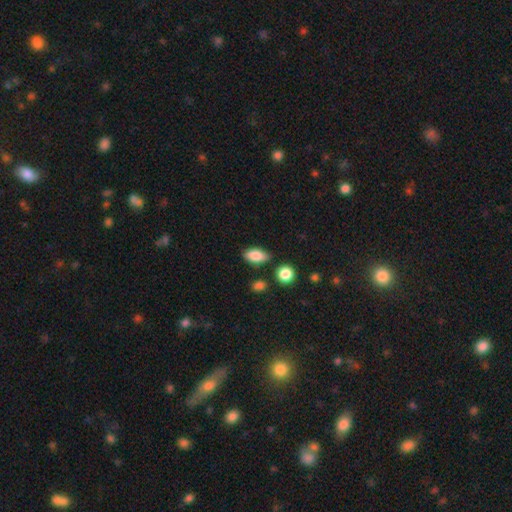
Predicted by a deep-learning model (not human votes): This is clearly a smooth galaxy (84%). How rounded: clearly in between (87%). Merging: likely none (80%).